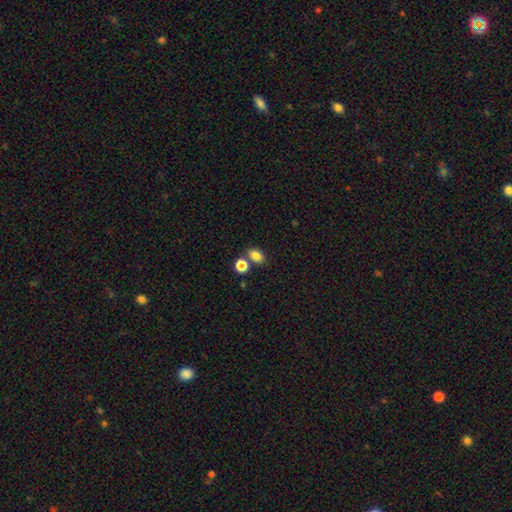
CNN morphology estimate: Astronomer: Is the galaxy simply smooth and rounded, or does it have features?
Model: smooth — 83%.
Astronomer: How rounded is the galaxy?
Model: in between — 65%.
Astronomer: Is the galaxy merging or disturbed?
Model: none — 62%.